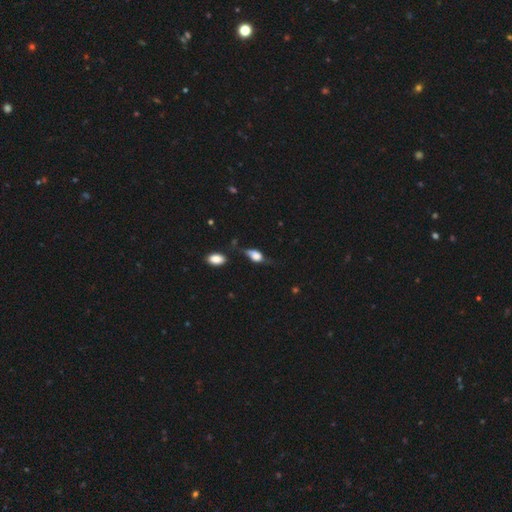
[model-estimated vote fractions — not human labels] smooth 57%, featured or disk 31%, star or artifact 11%. Down the decision tree: how rounded — in between (75%); merging — none (42%).